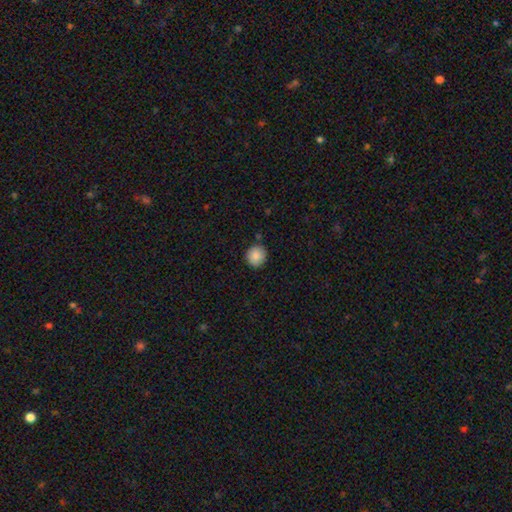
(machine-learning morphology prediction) smooth_or_featured: smooth (p=0.87) [alt: star or artifact p=0.08]
how_rounded: round (p=0.91) [alt: in between p=0.08]
merging: none (p=0.86) [alt: minor disturbance p=0.10]